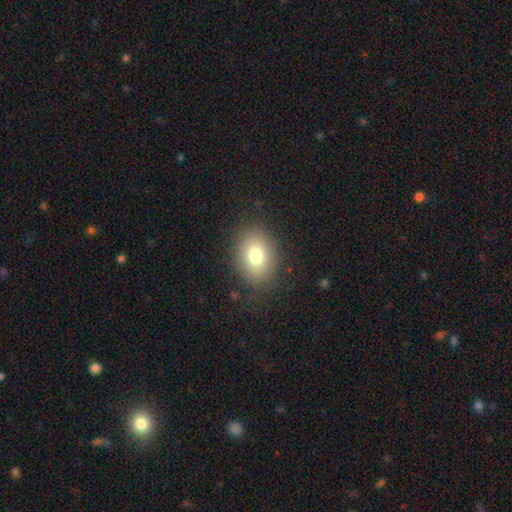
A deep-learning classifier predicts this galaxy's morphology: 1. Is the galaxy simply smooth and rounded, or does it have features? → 77% smooth, 12% featured or disk, 11% star or artifact.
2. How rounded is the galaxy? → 60% in between, 39% round, 1% cigar-shaped.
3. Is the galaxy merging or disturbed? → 83% none, 11% minor disturbance, 5% major disturbance, 1% merger.